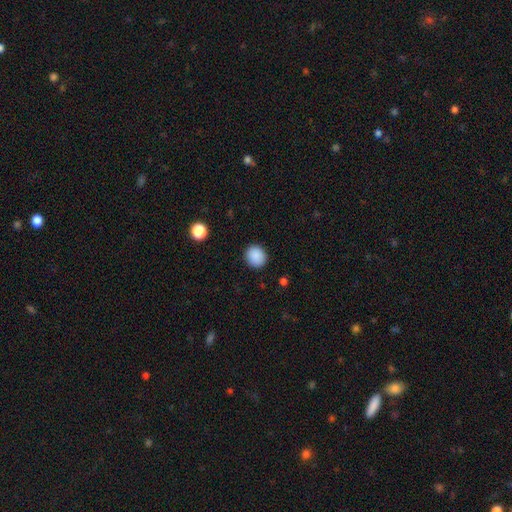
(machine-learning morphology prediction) This is clearly a smooth galaxy (88%). How rounded: likely round (79%). Merging: clearly none (90%).